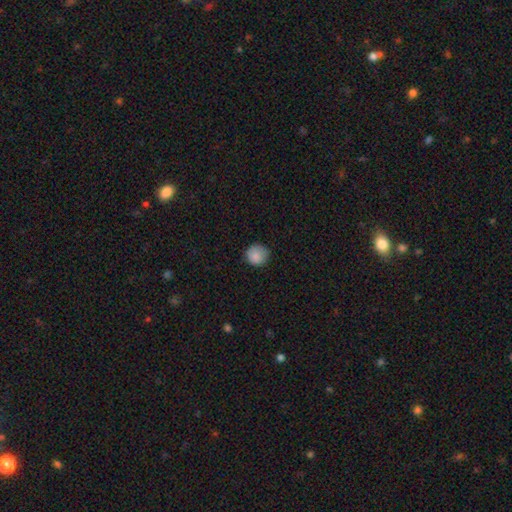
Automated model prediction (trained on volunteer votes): smooth-or-featured: smooth: 86% | star or artifact: 9% | featured or disk: 5%
  how-rounded: round: 91% | in between: 8% | cigar-shaped: 1%
  merging: none: 79% | minor disturbance: 17% | major disturbance: 3% | merger: 1%